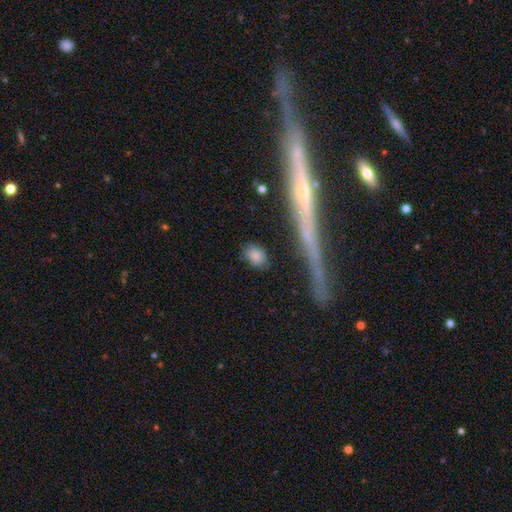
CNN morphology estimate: Smooth or featured? Predicted: smooth (p=0.80). How rounded? Predicted: in between (p=0.56). Merging? Predicted: none (p=0.75).